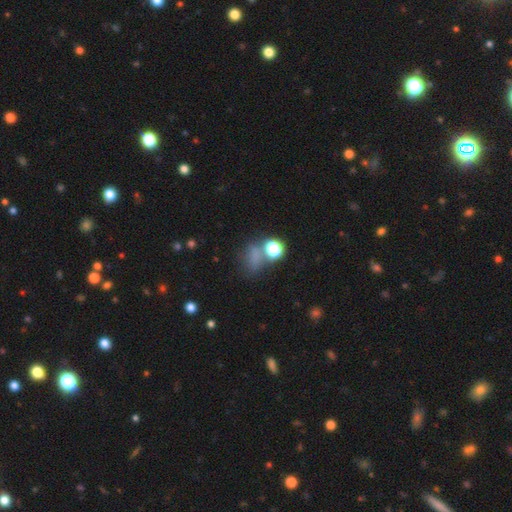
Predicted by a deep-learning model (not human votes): Smooth or featured: smooth — 61% (star or artifact — 29%)
How rounded: round — 49% (in between — 48%)
Merging: none — 47% (merger — 19%)